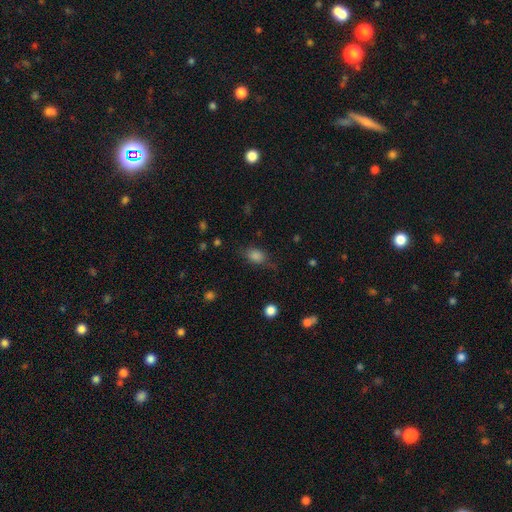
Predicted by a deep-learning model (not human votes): smooth 82%, star or artifact 11%, featured or disk 7%. Down the decision tree: how rounded — in between (73%); merging — none (67%).